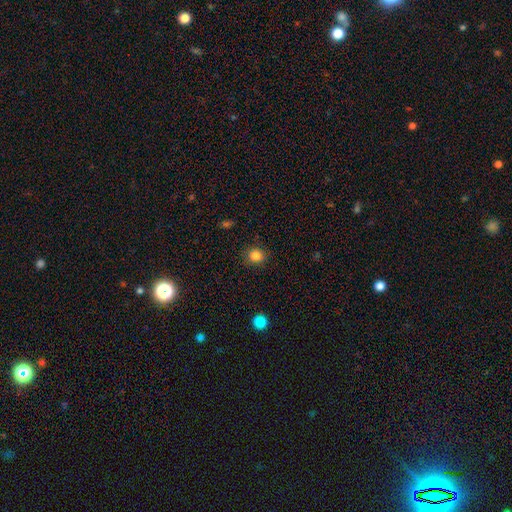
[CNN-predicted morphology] smooth-or-featured: smooth: 85% | star or artifact: 11% | featured or disk: 4%
  how-rounded: round: 81% | in between: 18% | cigar-shaped: 1%
  merging: none: 88% | minor disturbance: 8% | major disturbance: 3% | merger: 1%